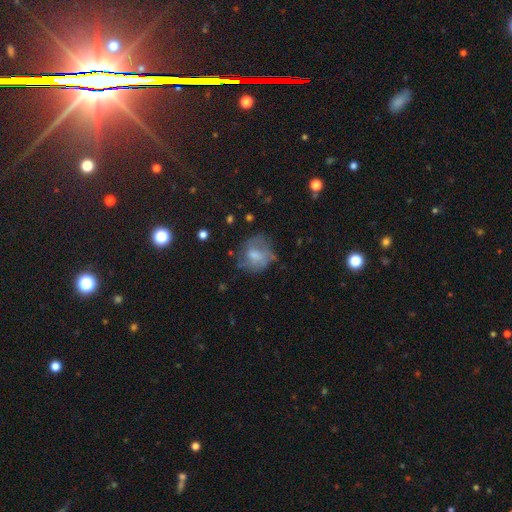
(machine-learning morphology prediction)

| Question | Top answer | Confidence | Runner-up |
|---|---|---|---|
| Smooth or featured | smooth | 54% | featured or disk (37%) |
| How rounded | round | 68% | in between (31%) |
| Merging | none | 50% | minor disturbance (26%) |